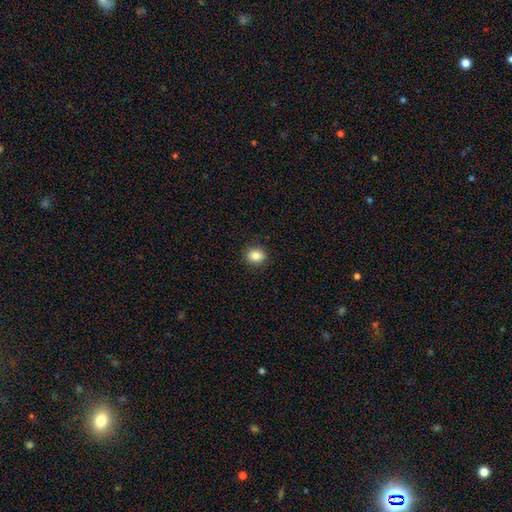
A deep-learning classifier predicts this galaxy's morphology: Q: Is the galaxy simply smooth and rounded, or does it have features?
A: smooth — 84%.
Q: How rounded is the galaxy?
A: round — 65%.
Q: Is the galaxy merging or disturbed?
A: none — 89%.